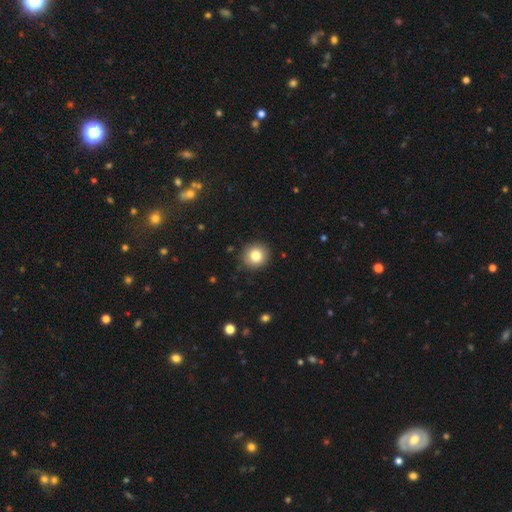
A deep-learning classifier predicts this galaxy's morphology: type=smooth (81%); roundness=round (91%); merging=none (90%).